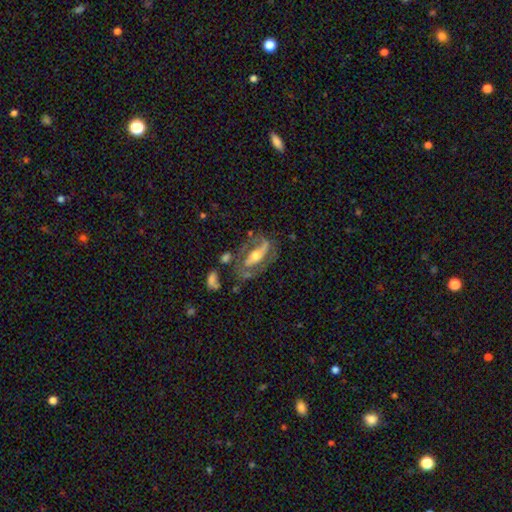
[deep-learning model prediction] smooth_or_featured: featured or disk (p=0.75) [alt: smooth p=0.19]
disk_edge_on: no (p=0.84) [alt: yes p=0.16]
bar: strong (p=0.48) [alt: no p=0.28]
has_spiral_arms: yes (p=0.73) [alt: no p=0.27]
bulge_size: moderate (p=0.66) [alt: small p=0.20]
merging: none (p=0.53) [alt: minor disturbance p=0.20]